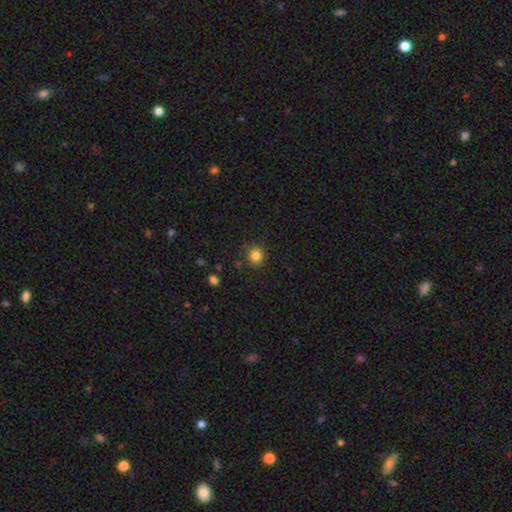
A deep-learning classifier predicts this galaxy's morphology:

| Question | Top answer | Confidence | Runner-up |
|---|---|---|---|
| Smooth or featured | smooth | 84% | star or artifact (12%) |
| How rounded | round | 86% | in between (13%) |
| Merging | none | 84% | minor disturbance (11%) |